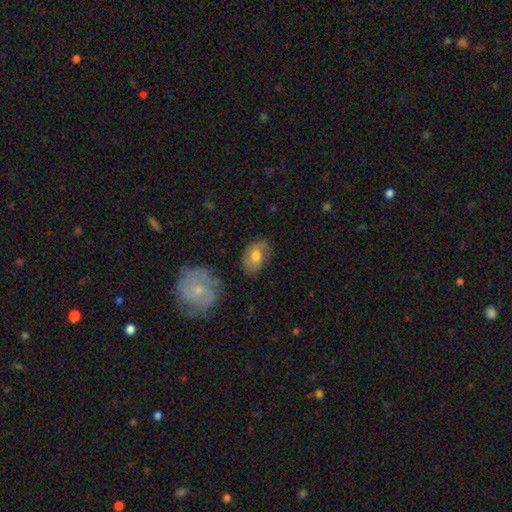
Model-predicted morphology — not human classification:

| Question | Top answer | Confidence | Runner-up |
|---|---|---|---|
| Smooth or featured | smooth | 52% | featured or disk (40%) |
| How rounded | in between | 79% | round (20%) |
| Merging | none | 59% | minor disturbance (27%) |